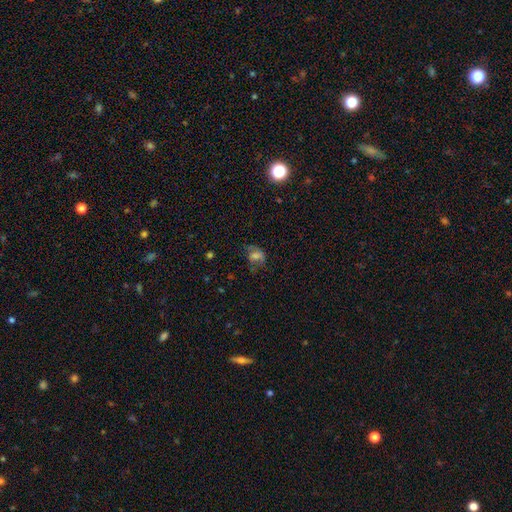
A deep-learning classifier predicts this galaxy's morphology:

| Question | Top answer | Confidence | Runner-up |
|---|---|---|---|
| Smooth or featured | smooth | 62% | featured or disk (22%) |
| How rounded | in between | 56% | round (43%) |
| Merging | none | 49% | minor disturbance (26%) |